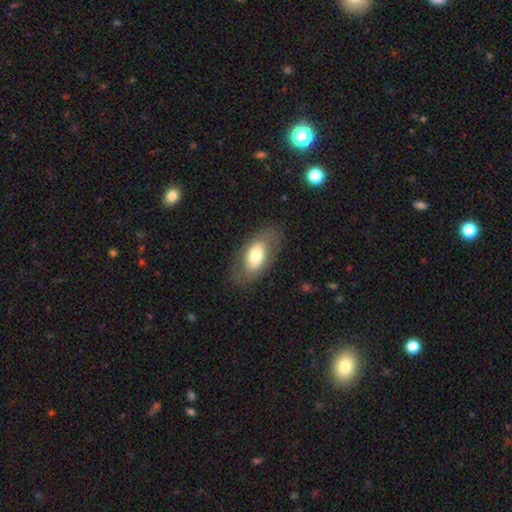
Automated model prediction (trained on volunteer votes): smooth 63%, featured or disk 31%, star or artifact 6%. Down the decision tree: how rounded — in between (91%); merging — none (80%).